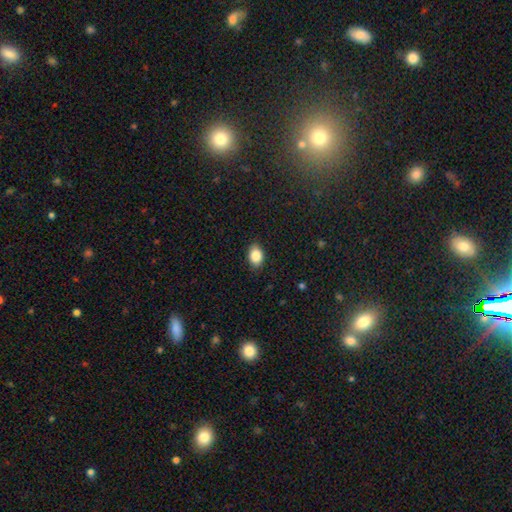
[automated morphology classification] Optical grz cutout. It shows a smooth galaxy with no disk features (87%) that is in between round and cigar-shaped (79%). Merging: none (87%).